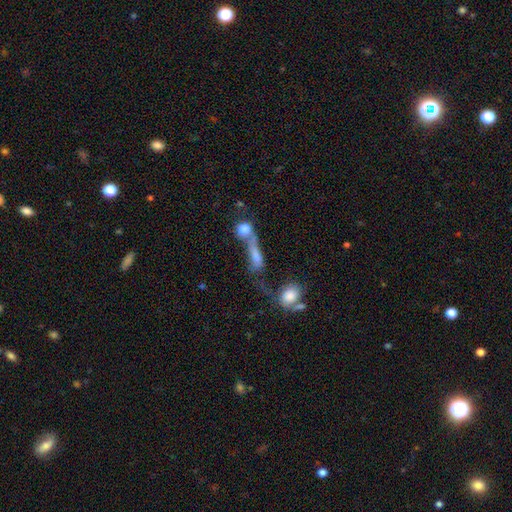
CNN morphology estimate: The model was most divided on "how rounded": cigar-shaped: 43%, in between: 42%, round: 14%. More confident: smooth or featured — smooth (66%); merging — merger (56%).